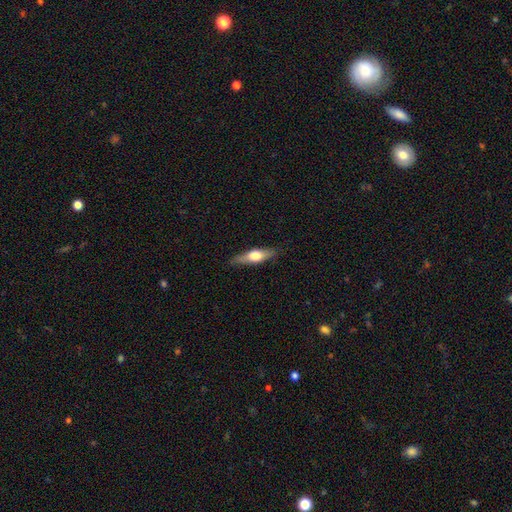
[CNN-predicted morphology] A featured or disk galaxy (47%, tied with smooth).

Vote fractions:
- Smooth or featured? featured or disk: 47% (tied) / smooth: 47% (tied) / star or artifact: 6%
- Merging? none: 86% / minor disturbance: 11% / major disturbance: 2% / merger: 1%